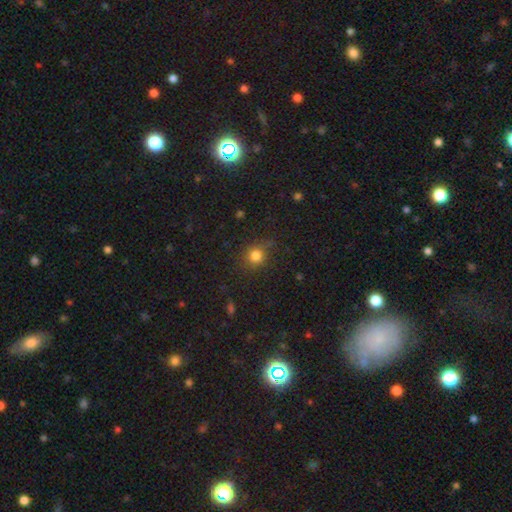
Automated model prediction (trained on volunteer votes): Overall: smooth (79%). How rounded: round (84%). Merging: none (77%).